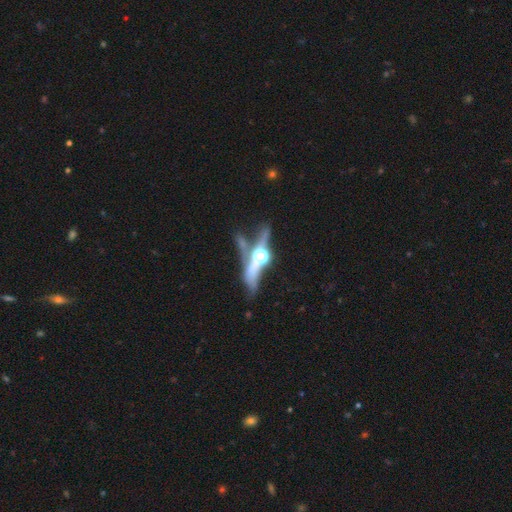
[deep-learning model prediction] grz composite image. It shows a featured or disk galaxy (69%) viewed edge-on (76%) with a rounded central bulge (92%). Merging: none (40%).